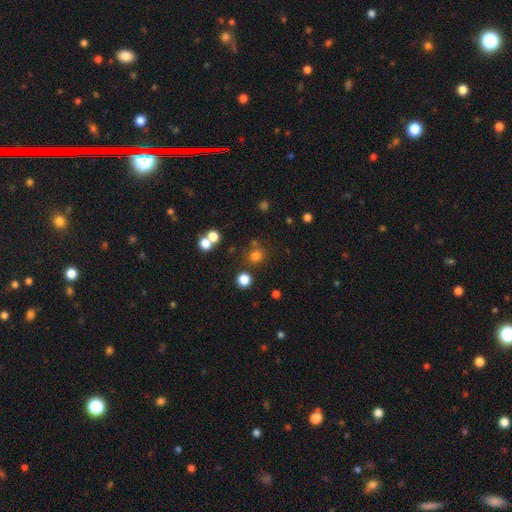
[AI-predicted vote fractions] smooth_or_featured: smooth (p=0.75) [alt: star or artifact p=0.19]
how_rounded: round (p=0.88) [alt: in between p=0.11]
merging: none (p=0.78) [alt: merger p=0.09]